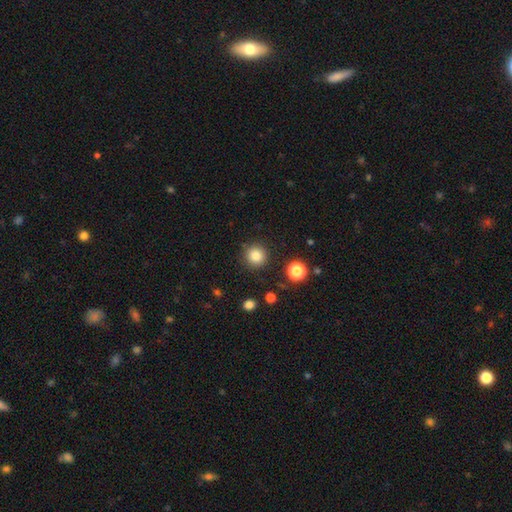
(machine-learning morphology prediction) This appears to be a smooth galaxy with no disk features (83%) that is round (94%). Merging: none (89%).